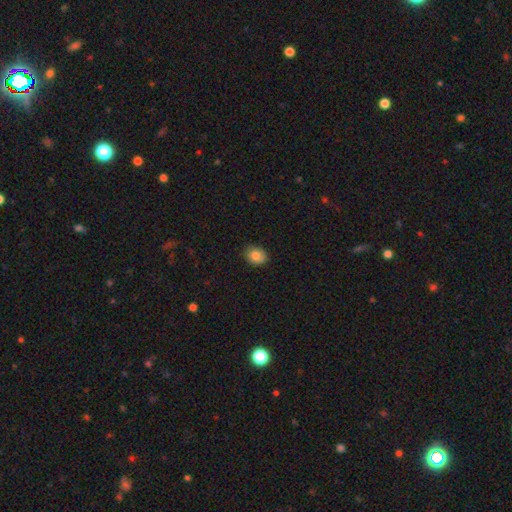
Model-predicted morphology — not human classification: type=smooth (84%); roundness=in between (52%); merging=none (81%).